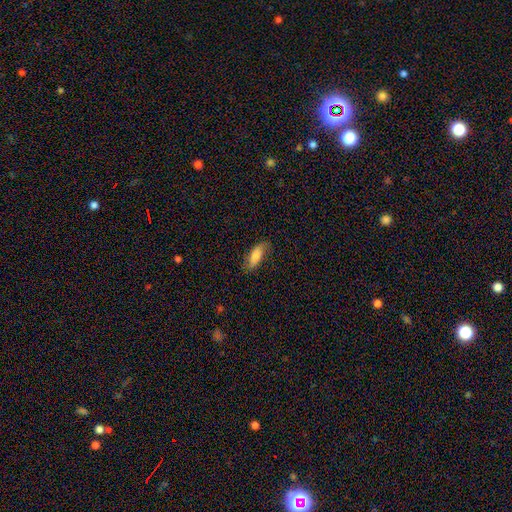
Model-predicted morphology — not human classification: The model was most divided on "smooth or featured": smooth: 69%, featured or disk: 24%, star or artifact: 7%. More confident: merging — none (75%); how rounded — in between (74%).